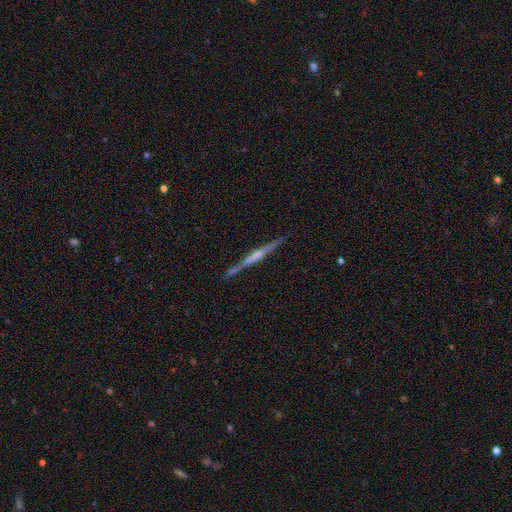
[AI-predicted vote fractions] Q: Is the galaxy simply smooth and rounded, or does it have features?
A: featured or disk — 76%.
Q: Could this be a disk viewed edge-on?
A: yes — 98%.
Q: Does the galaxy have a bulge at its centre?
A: rounded — 57%.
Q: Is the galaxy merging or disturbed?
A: none — 87%.